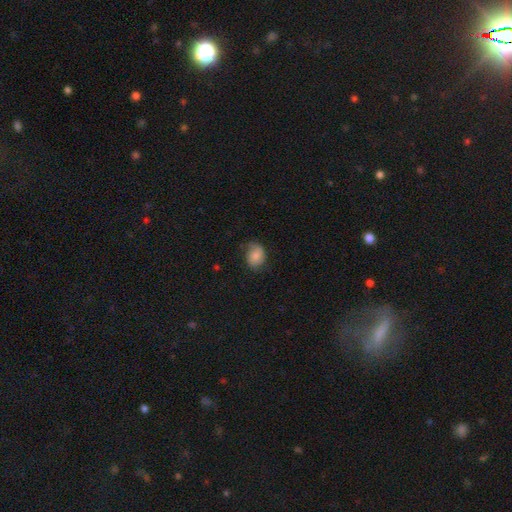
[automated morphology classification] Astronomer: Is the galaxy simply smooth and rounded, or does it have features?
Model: smooth — 76%.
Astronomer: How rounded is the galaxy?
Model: in between — 59% (runner-up: round, 40%).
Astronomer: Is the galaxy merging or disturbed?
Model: none — 68%.